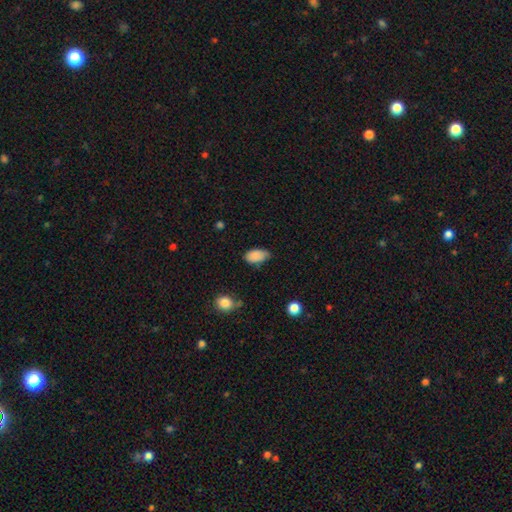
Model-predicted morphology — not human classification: This appears to be a smooth galaxy with no disk features (86%) that is in between round and cigar-shaped (94%). Merging: none (65%).